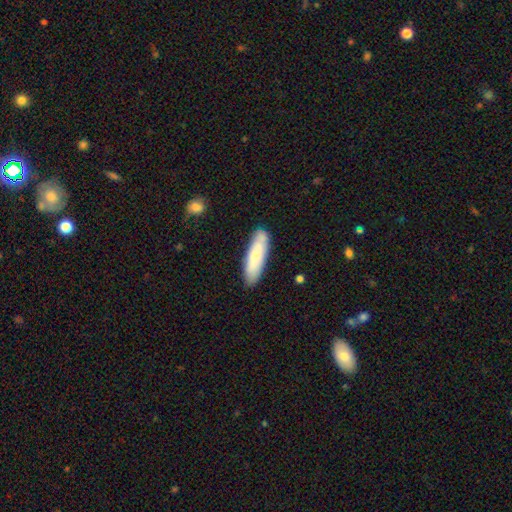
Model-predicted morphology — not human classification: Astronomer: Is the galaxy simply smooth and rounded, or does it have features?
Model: smooth — 74%.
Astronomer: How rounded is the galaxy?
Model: cigar-shaped — 62%.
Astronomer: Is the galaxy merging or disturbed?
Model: none — 82%.